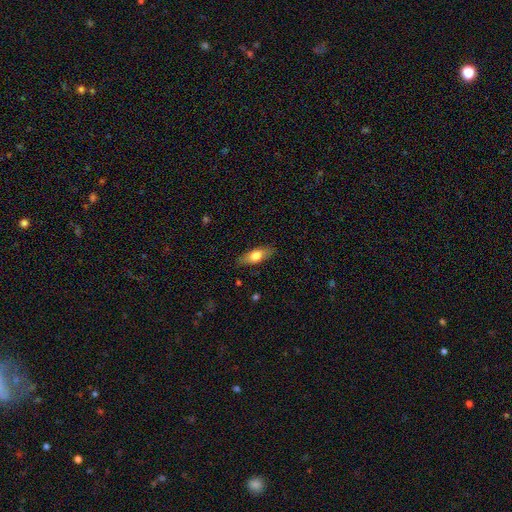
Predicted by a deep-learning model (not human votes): Smooth or featured? smooth (69%)
How rounded? in between (72%)
Merging? none (85%)